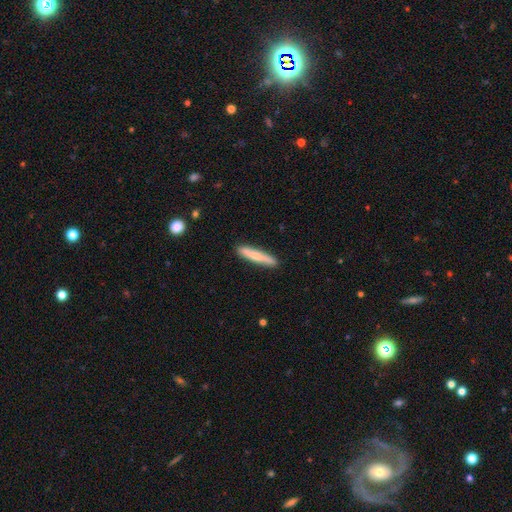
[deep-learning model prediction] Smooth or featured: smooth — 70% (featured or disk — 24%)
How rounded: cigar-shaped — 93% (in between — 5%)
Merging: none — 88% (minor disturbance — 9%)